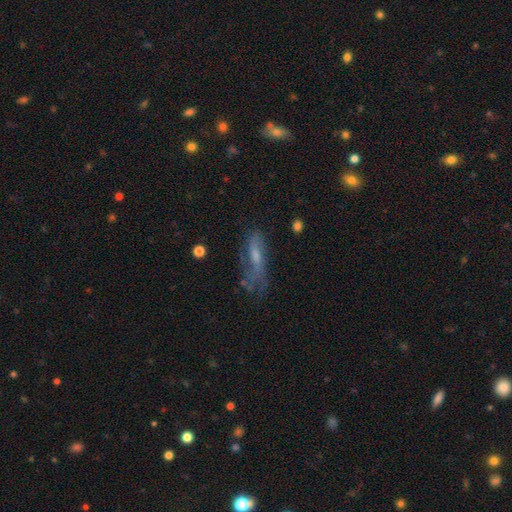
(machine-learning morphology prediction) Smooth or featured: featured or disk — 50% (smooth — 39%)
Edge-on disk: no — 71% (yes — 29%)
Merging: none — 44% (minor disturbance — 26%)